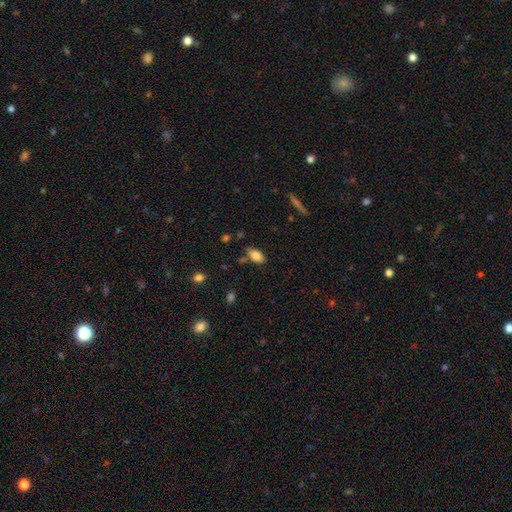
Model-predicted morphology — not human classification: Smooth or featured?
  - smooth: 83% *
  - featured or disk: 9%
  - star or artifact: 8%
How rounded?
  - in between: 91% *
  - round: 5%
  - cigar-shaped: 3%
Merging?
  - none: 75% *
  - minor disturbance: 16%
  - merger: 6%
  - major disturbance: 3%